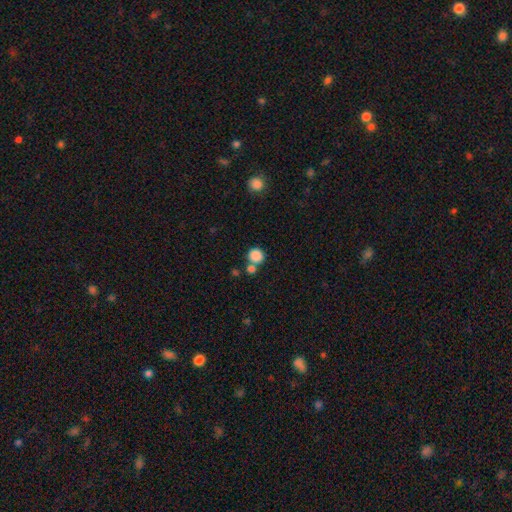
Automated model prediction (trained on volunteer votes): A smooth galaxy with no disk features (85%) that is round (85%). Merging: none (59%).